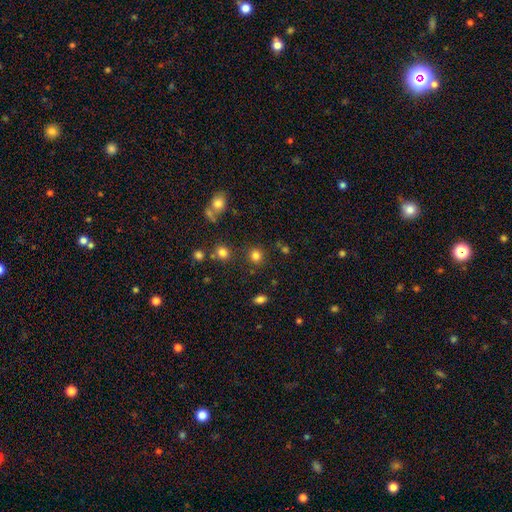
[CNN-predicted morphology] This is clearly a smooth galaxy (80%). How rounded: clearly round (87%). Merging: clearly none (84%).